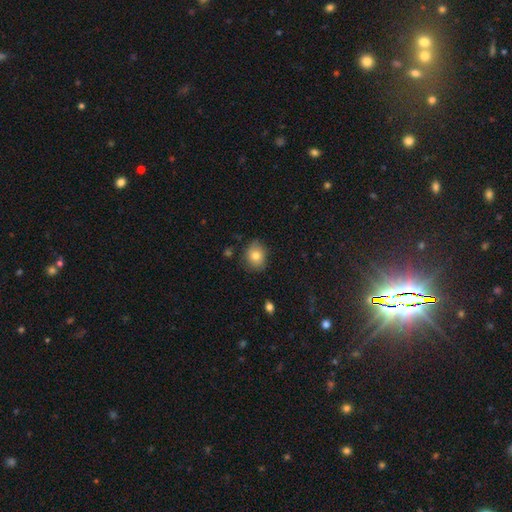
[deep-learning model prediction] A smooth galaxy with no disk features (79%) that is round (65%). Merging: none (81%).